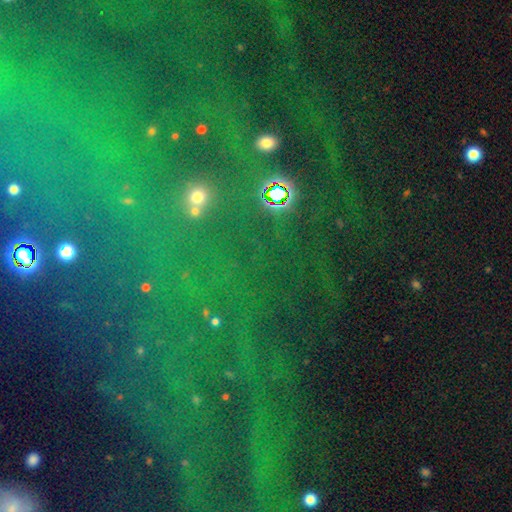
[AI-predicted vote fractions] A star or artifact, not a galaxy (77%).

Vote fractions:
- Smooth or featured? star or artifact: 77% / smooth: 12% / featured or disk: 12%